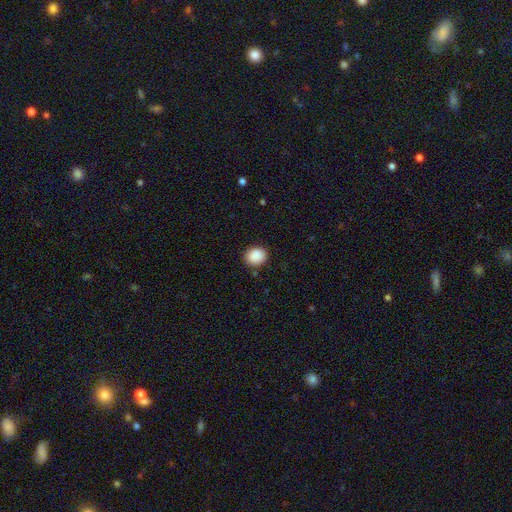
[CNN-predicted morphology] This appears to be a smooth galaxy with no disk features (89%) that is round (66%). Merging: none (86%).